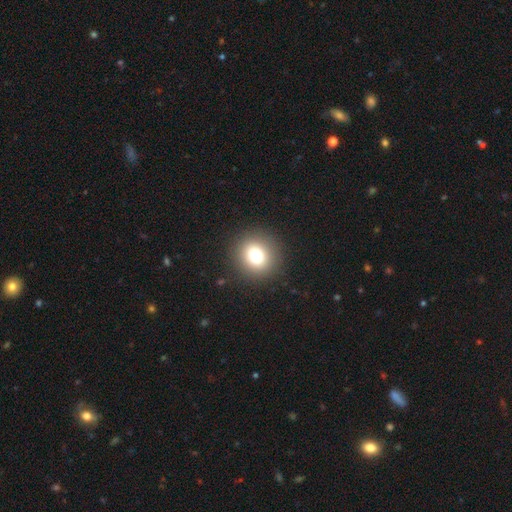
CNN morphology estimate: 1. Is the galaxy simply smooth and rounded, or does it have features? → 77% smooth, 13% star or artifact, 10% featured or disk.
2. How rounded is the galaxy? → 87% round, 12% in between, 1% cigar-shaped.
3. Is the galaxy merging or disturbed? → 90% none, 6% minor disturbance, 3% major disturbance, 1% merger.